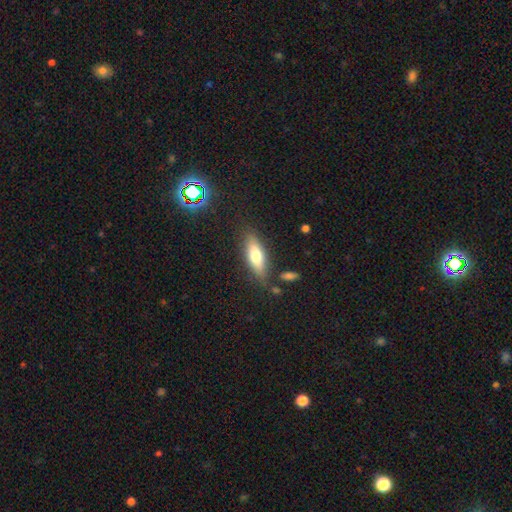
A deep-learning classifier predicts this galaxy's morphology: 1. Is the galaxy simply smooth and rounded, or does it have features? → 65% smooth, 27% featured or disk, 7% star or artifact.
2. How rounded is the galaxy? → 57% in between, 41% cigar-shaped, 3% round.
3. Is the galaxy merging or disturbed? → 79% none, 13% minor disturbance, 4% merger, 4% major disturbance.